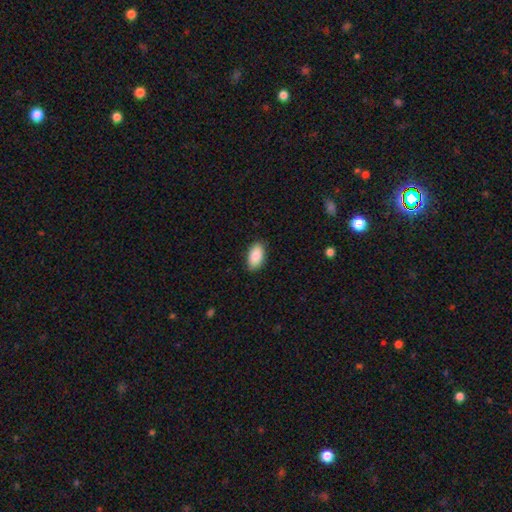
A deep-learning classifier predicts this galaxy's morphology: Smooth or featured? Predicted: smooth (p=0.87). How rounded? Predicted: in between (p=0.94). Merging? Predicted: none (p=0.88).